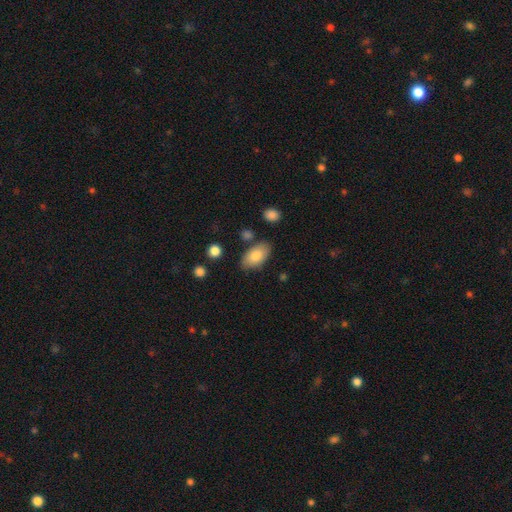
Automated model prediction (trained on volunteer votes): Smooth or featured? Predicted: smooth (p=0.79). How rounded? Predicted: in between (p=0.93). Merging? Predicted: none (p=0.79).